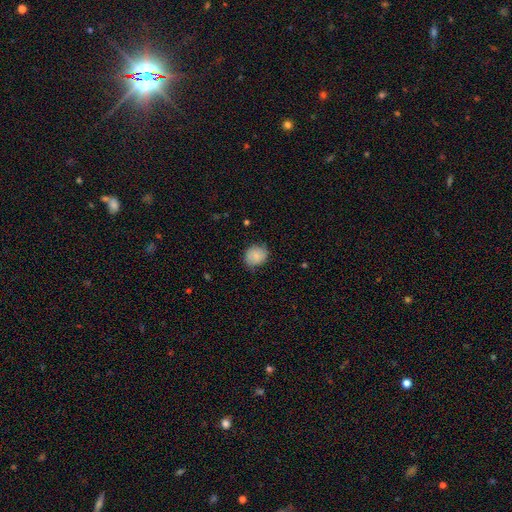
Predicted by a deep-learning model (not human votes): Morphology: type=smooth (71%); roundness=round (68%); merging=none (70%).